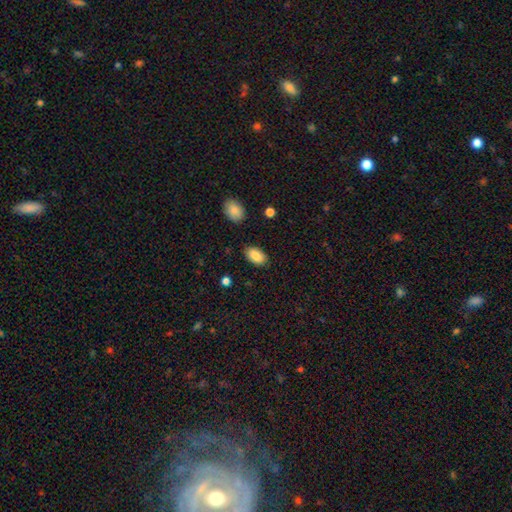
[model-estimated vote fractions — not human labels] This is clearly a smooth galaxy (87%). How rounded: clearly in between (93%). Merging: clearly none (84%).